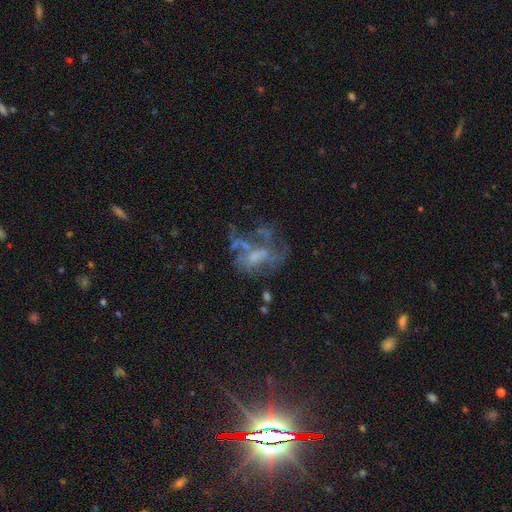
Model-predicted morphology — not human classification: Smooth or featured?
  - featured or disk: 65% *
  - smooth: 19%
  - star or artifact: 16%
Edge-on disk?
  - no: 97% *
  - yes: 3%
Bar?
  - no: 69% *
  - weak: 25%
  - strong: 6%
Spiral arms?
  - no: 62% *
  - yes: 38%
Bulge size?
  - none: 33% *
  - moderate: 31%
  - small: 30%
  - large: 5%
  - dominant: 1%
Merging?
  - none: 41% *
  - major disturbance: 35%
  - minor disturbance: 16%
  - merger: 9%